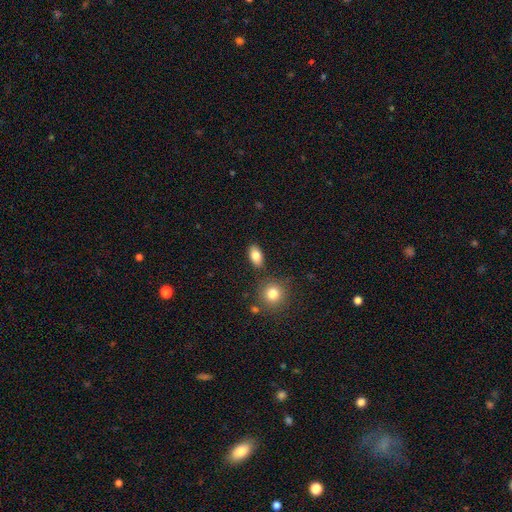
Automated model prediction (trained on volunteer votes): Smooth or featured?
  - smooth: 83% *
  - featured or disk: 9%
  - star or artifact: 8%
How rounded?
  - in between: 89% *
  - round: 8%
  - cigar-shaped: 3%
Merging?
  - none: 84% *
  - minor disturbance: 9%
  - merger: 4%
  - major disturbance: 3%